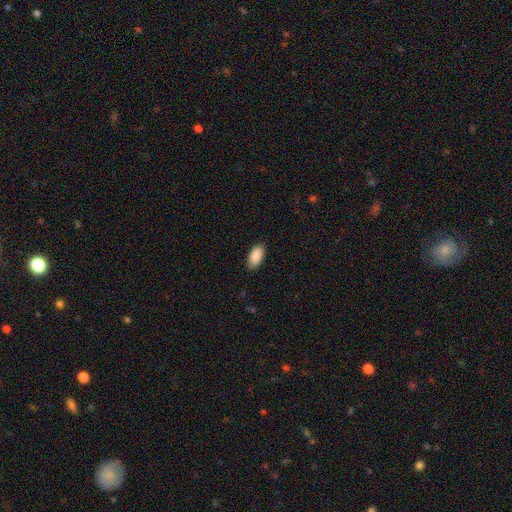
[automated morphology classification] The model was most divided on "merging": none: 87%, minor disturbance: 10%, major disturbance: 2%, merger: 1%. More confident: how rounded — in between (93%); smooth or featured — smooth (90%).